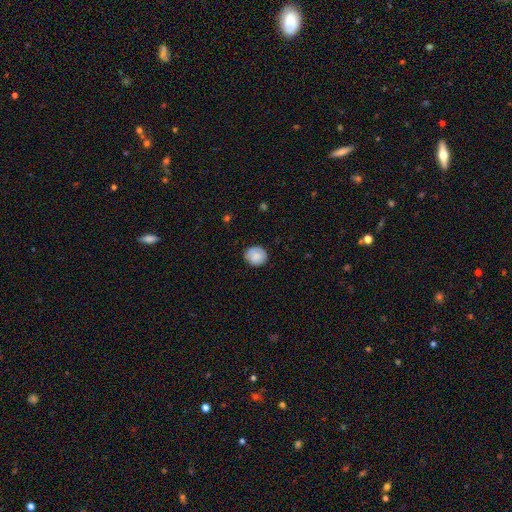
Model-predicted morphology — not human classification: This appears to be a smooth galaxy with no disk features (84%) that is round (84%). Merging: none (82%).